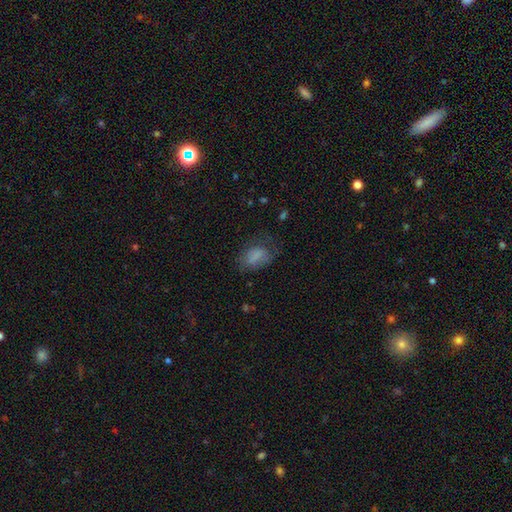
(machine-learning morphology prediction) This appears to be a smooth galaxy with no disk features (71%) that is in between round and cigar-shaped (84%). Merging: none (48%).